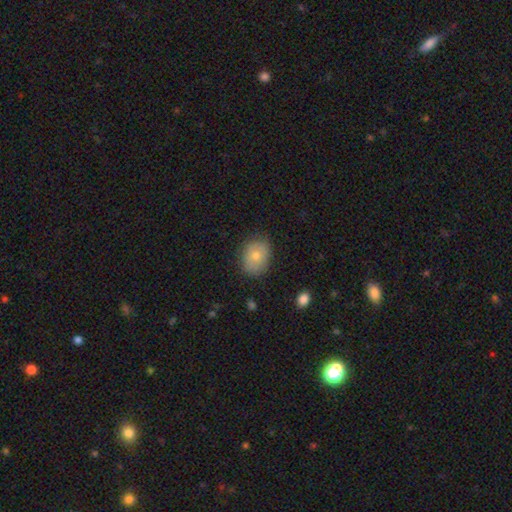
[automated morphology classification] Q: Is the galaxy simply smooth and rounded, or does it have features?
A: smooth — 73%.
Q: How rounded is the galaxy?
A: in between — 53%.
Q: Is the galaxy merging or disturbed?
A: none — 82%.